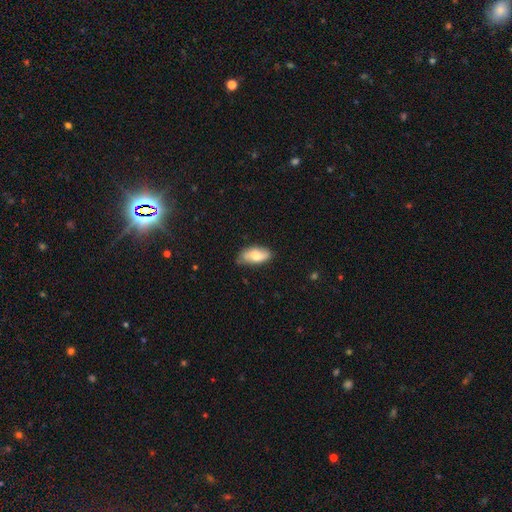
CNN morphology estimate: Q: Smooth or featured?
A: smooth (64%); runner-up: featured or disk (30%)
Q: How rounded?
A: in between (89%); runner-up: cigar-shaped (8%)
Q: Merging?
A: none (70%); runner-up: minor disturbance (24%)